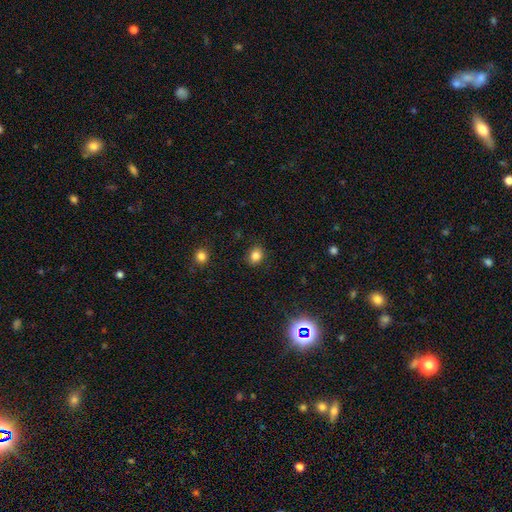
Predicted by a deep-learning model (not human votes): smooth_or_featured: smooth (p=0.83) [alt: star or artifact p=0.12]
how_rounded: round (p=0.52) [alt: in between p=0.47]
merging: none (p=0.87) [alt: minor disturbance p=0.10]